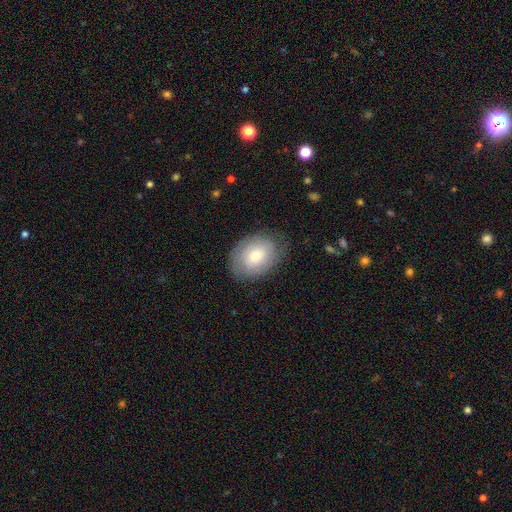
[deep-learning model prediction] smooth 68%, featured or disk 26%, star or artifact 7%. Down the decision tree: how rounded — in between (73%); merging — none (77%).